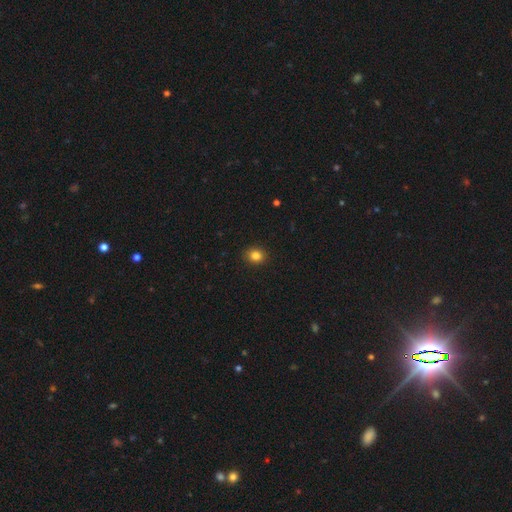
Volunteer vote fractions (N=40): Volunteers were most divided on "how rounded": round: 51%, in between: 49%, cigar-shaped: 0%. More confident: merging — none (92%); smooth or featured — smooth (88%).